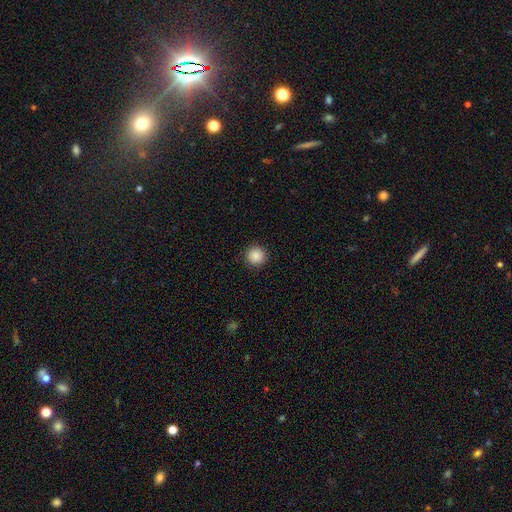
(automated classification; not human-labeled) Smooth or featured? Predicted: smooth (p=0.88). How rounded? Predicted: round (p=0.96). Merging? Predicted: none (p=0.92).